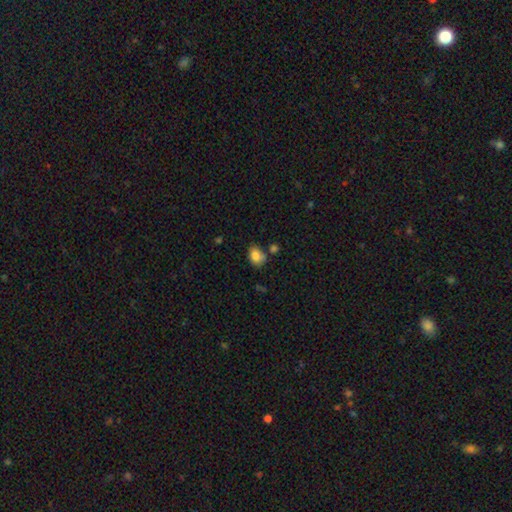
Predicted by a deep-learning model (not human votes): A smooth galaxy with no disk features (84%) that is in between round and cigar-shaped (67%).

Vote fractions:
- Smooth or featured? smooth: 84% / star or artifact: 9% / featured or disk: 7%
- How rounded? in between: 67% / round: 32% / cigar-shaped: 1%
- Merging? none: 62% / minor disturbance: 22% / merger: 11% / major disturbance: 5%